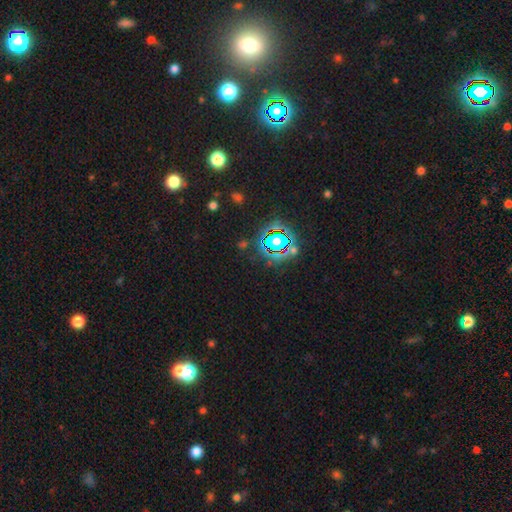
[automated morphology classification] type=star or artifact (78%).